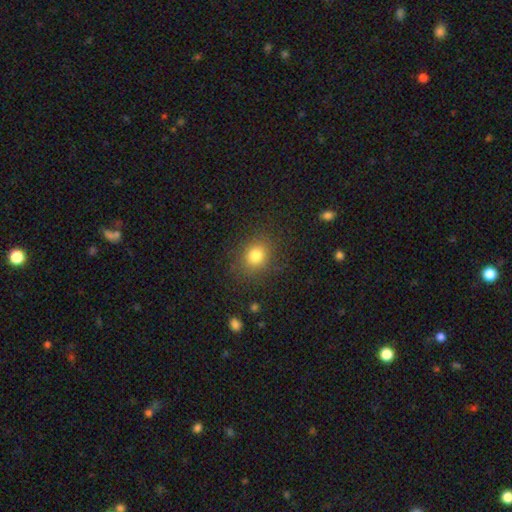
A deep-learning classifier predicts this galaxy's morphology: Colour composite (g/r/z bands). It shows a smooth galaxy with no disk features (81%) that is round (67%). Merging: none (84%).